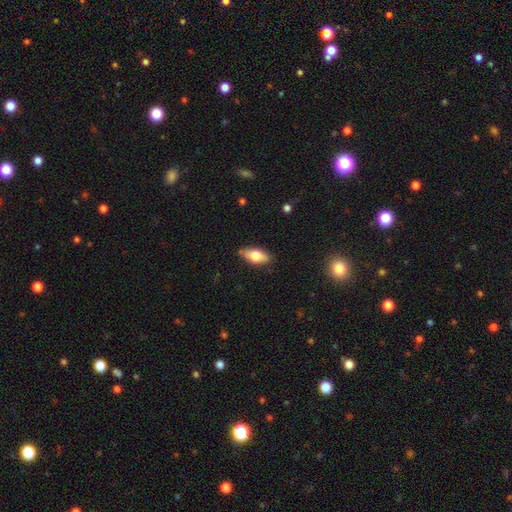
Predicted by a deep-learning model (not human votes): A smooth galaxy with no disk features (69%) that is in between round and cigar-shaped (83%). Merging: none (83%).